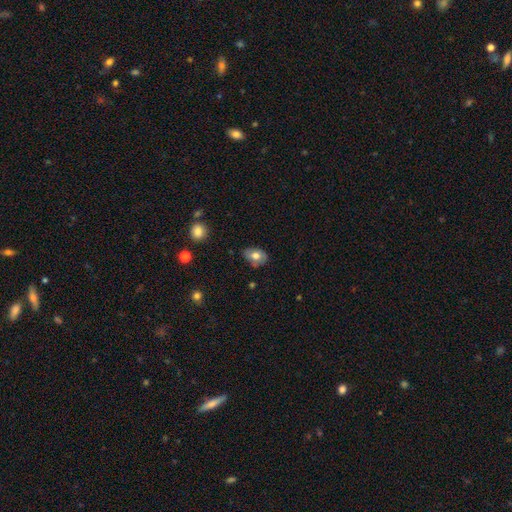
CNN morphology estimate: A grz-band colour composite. It shows a smooth galaxy with no disk features (72%) that is in between round and cigar-shaped (80%). Merging: none (65%).